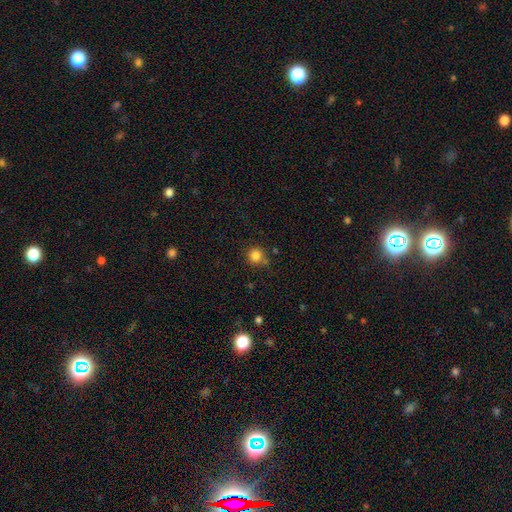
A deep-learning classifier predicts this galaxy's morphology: Smooth or featured?
  - smooth: 83% *
  - star or artifact: 12%
  - featured or disk: 5%
How rounded?
  - round: 93% *
  - in between: 6%
  - cigar-shaped: 1%
Merging?
  - none: 77% *
  - minor disturbance: 12%
  - merger: 8%
  - major disturbance: 4%